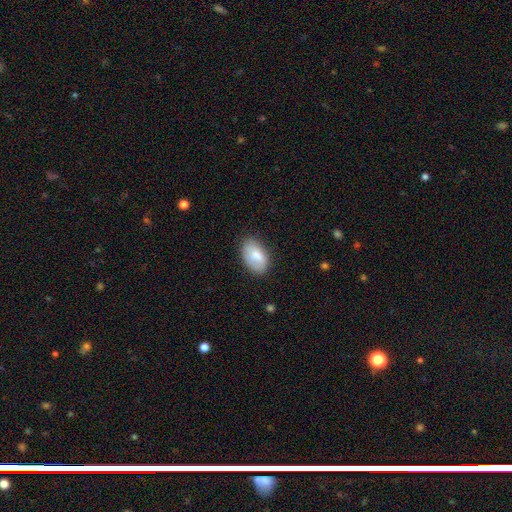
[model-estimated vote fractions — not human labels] Smooth or featured?
  - smooth: 80% *
  - featured or disk: 14%
  - star or artifact: 7%
How rounded?
  - in between: 93% *
  - round: 5%
  - cigar-shaped: 1%
Merging?
  - none: 74% *
  - minor disturbance: 20%
  - major disturbance: 4%
  - merger: 2%